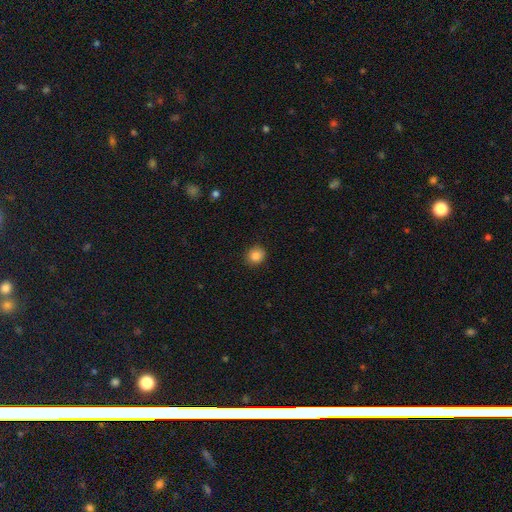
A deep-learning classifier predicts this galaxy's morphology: This is clearly a smooth galaxy (86%). How rounded: likely round (78%). Merging: clearly none (88%).